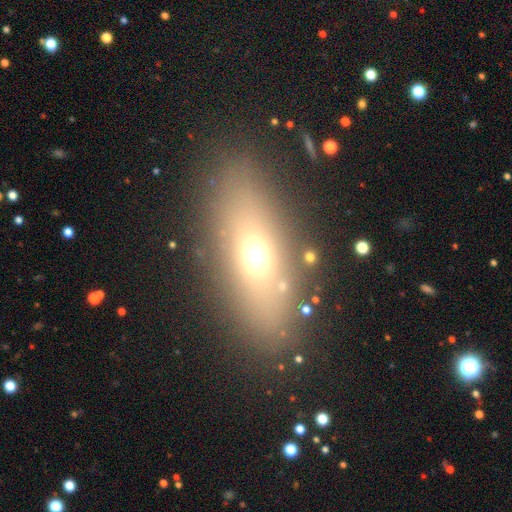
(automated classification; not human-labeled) smooth-or-featured: smooth: 60% | featured or disk: 25% | star or artifact: 15%
  how-rounded: in between: 65% | cigar-shaped: 28% | round: 7%
  merging: none: 82% | minor disturbance: 10% | major disturbance: 5% | merger: 3%